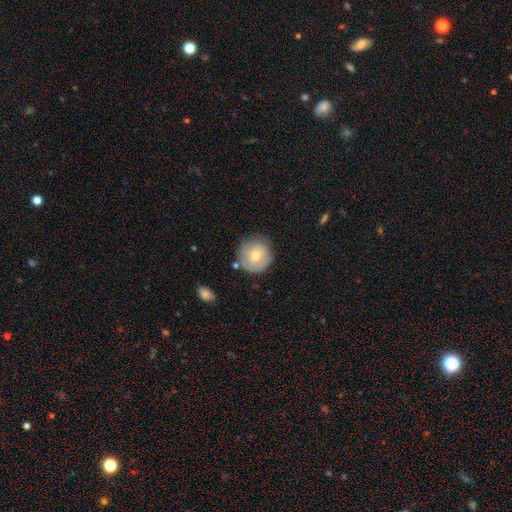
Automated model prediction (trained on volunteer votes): smooth_or_featured: smooth (p=0.70) [alt: featured or disk p=0.23]
how_rounded: round (p=0.92) [alt: in between p=0.07]
merging: none (p=0.73) [alt: minor disturbance p=0.18]